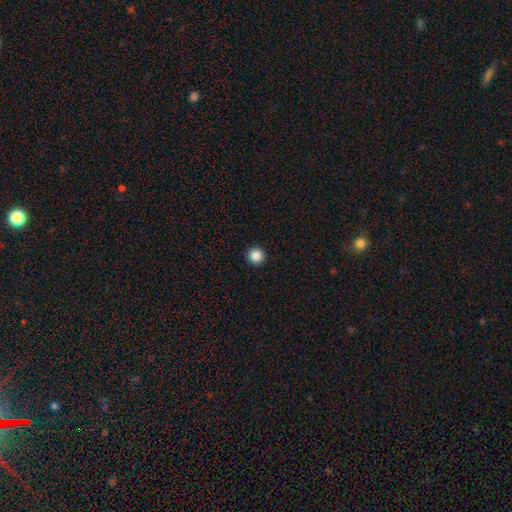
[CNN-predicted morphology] smooth 87%, star or artifact 10%, featured or disk 3%. Down the decision tree: how rounded — round (96%); merging — none (94%).